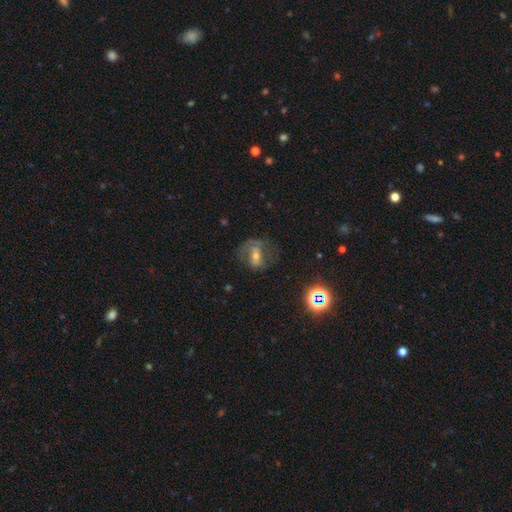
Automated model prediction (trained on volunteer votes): featured or disk 59%, smooth 26%, star or artifact 15%. Down the decision tree: edge-on disk — no (95%); bar — weak (37%); spiral arms — yes (73%); bulge size — moderate (52%); merging — none (54%).